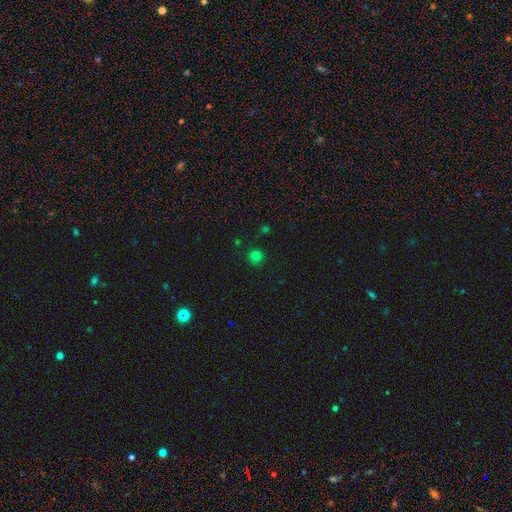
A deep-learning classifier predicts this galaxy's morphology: smooth-or-featured: smooth: 76% | star or artifact: 20% | featured or disk: 5%
  how-rounded: round: 91% | in between: 8% | cigar-shaped: 1%
  merging: none: 83% | minor disturbance: 11% | major disturbance: 3% | merger: 3%